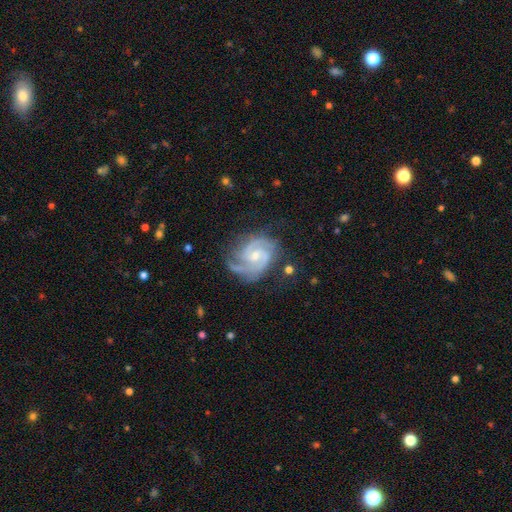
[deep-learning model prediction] Morphology: type=featured or disk (91%); edge-on=no (98%); bar=no (50%); spiral arms=yes (98%); winding=tight (49%); arm count=2 (57%); bulge=small (53%); merging=none (69%).